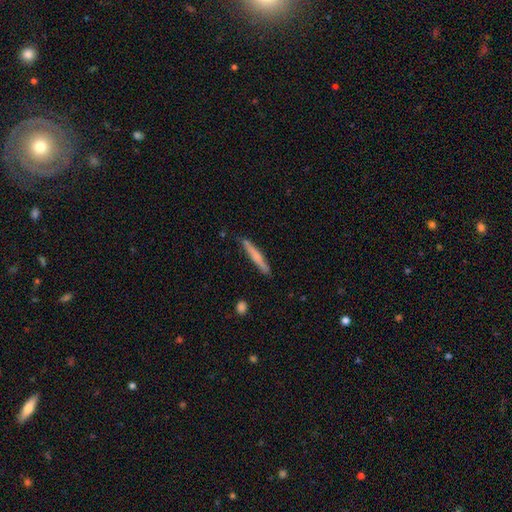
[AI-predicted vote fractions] This is possibly a smooth galaxy (57%). How rounded: clearly cigar-shaped (96%). Merging: clearly none (87%).